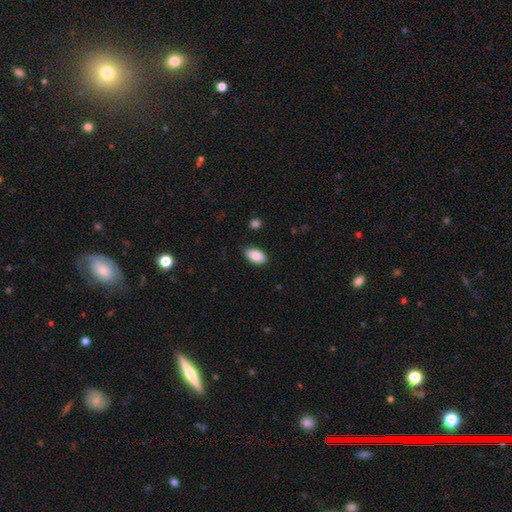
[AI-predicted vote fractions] A smooth galaxy with no disk features (89%) that is in between round and cigar-shaped (94%). Merging: none (86%).